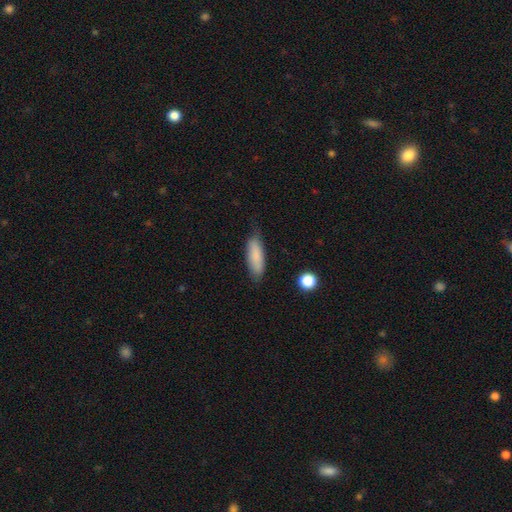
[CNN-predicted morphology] smooth 85%, featured or disk 8%, star or artifact 7%. Down the decision tree: how rounded — in between (59%); merging — none (77%).